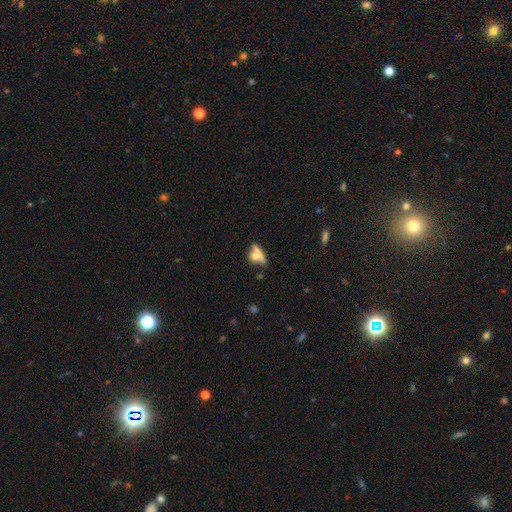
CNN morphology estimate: Smooth or featured: smooth — 58% (featured or disk — 29%)
How rounded: in between — 52% (round — 25%)
Merging: none — 40% (merger — 30%)